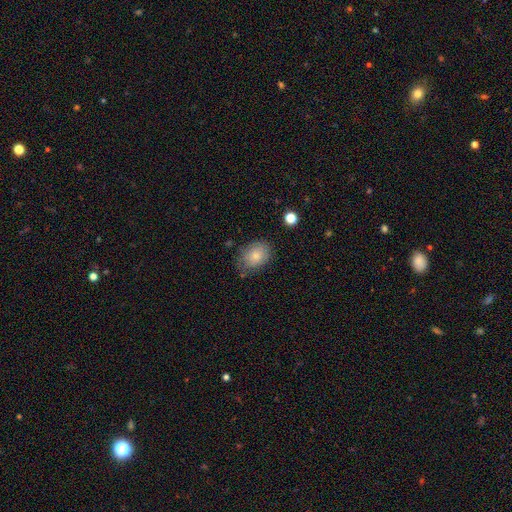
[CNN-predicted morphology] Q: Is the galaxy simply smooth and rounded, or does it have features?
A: smooth — 79%.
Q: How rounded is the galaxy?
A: in between — 70%.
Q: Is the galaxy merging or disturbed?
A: none — 68%.